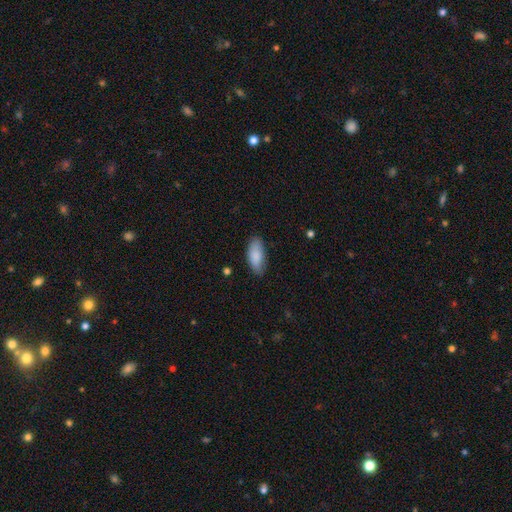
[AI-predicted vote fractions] Overall: smooth (87%). How rounded: in between (86%). Merging: none (80%).